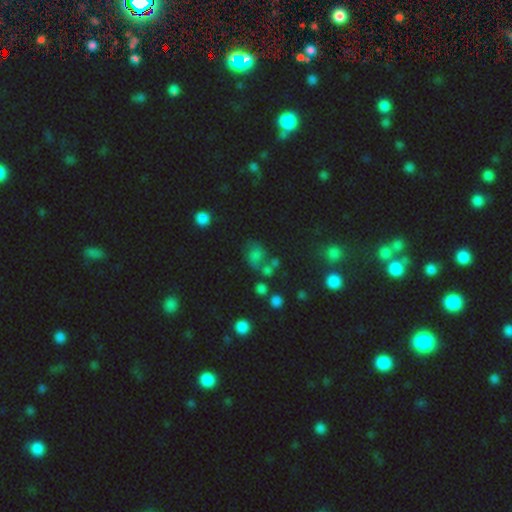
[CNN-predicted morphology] Overall: smooth (50%; star or artifact 27%). How rounded: round (55%; in between 44%). Merging: none (46%; minor disturbance 21%).